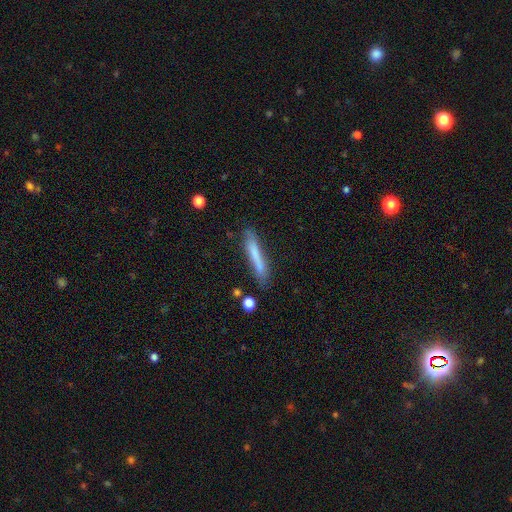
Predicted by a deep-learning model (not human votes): Overall: smooth (69%). How rounded: cigar-shaped (93%). Merging: none (73%).